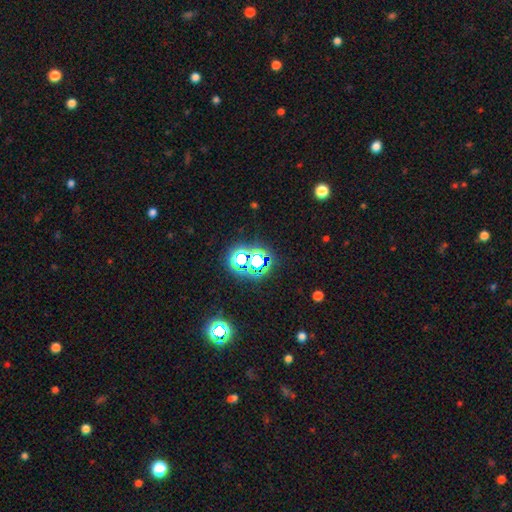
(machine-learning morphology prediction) A star or artifact, not a galaxy (72%).